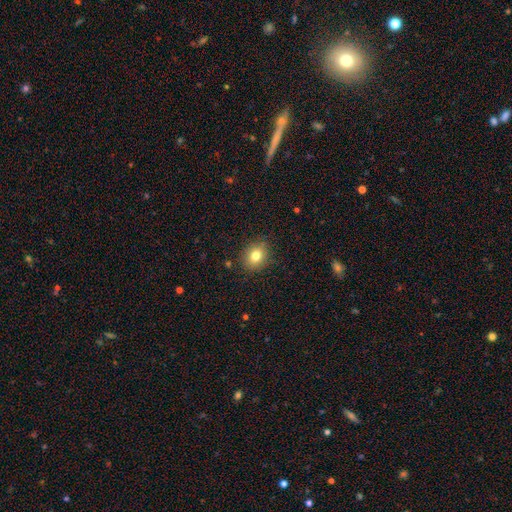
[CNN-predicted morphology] smooth 79%, star or artifact 11%, featured or disk 9%. Down the decision tree: how rounded — round (60%); merging — none (87%).